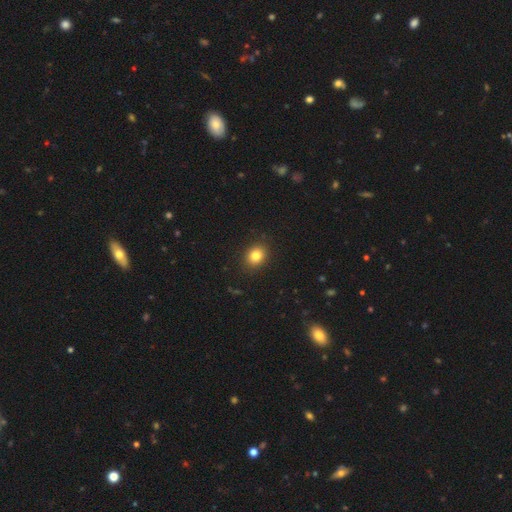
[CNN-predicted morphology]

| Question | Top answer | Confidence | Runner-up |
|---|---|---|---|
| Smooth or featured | smooth | 82% | star or artifact (11%) |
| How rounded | round | 61% | in between (39%) |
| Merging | none | 89% | minor disturbance (8%) |